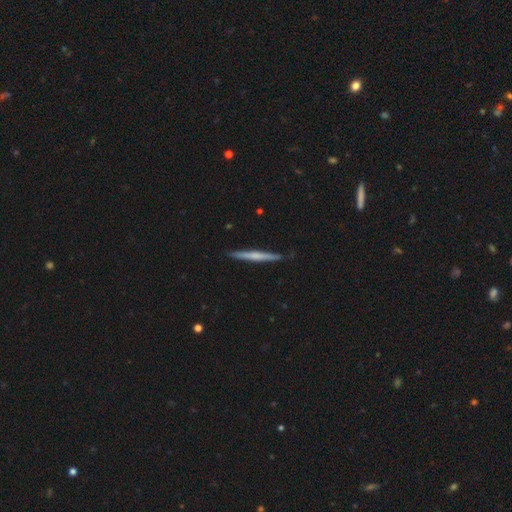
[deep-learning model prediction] This appears to be a featured or disk galaxy (53%) viewed edge-on (97%) with no central bulge (52%). Merging: none (89%).